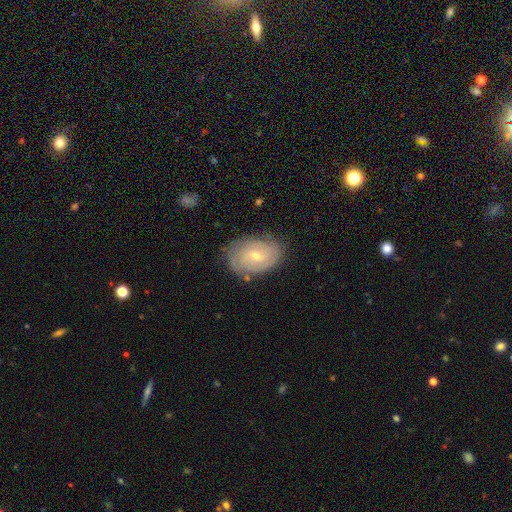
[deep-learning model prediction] Morphology: type=featured or disk (66%); edge-on=no (95%); bar=no (62%); spiral arms=yes (83%); winding=tight (71%); arm count=can't tell (49%); bulge=small (58%); merging=none (77%).